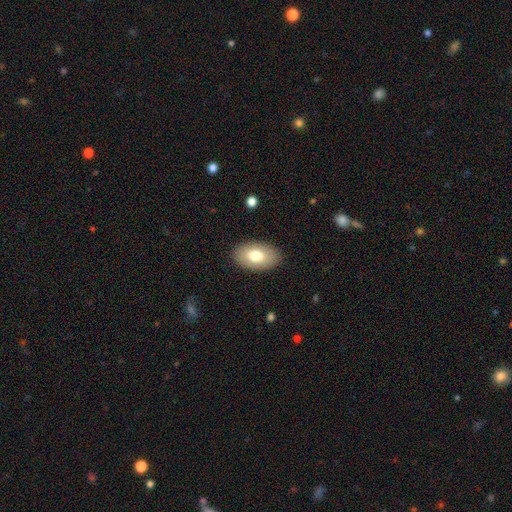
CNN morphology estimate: type=smooth (75%); roundness=in between (93%); merging=none (87%).